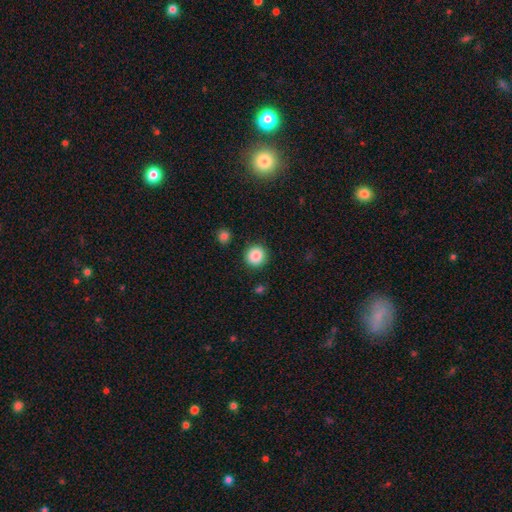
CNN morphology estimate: Smooth or featured: smooth — 88% (star or artifact — 9%)
How rounded: round — 93% (in between — 6%)
Merging: none — 90% (minor disturbance — 6%)